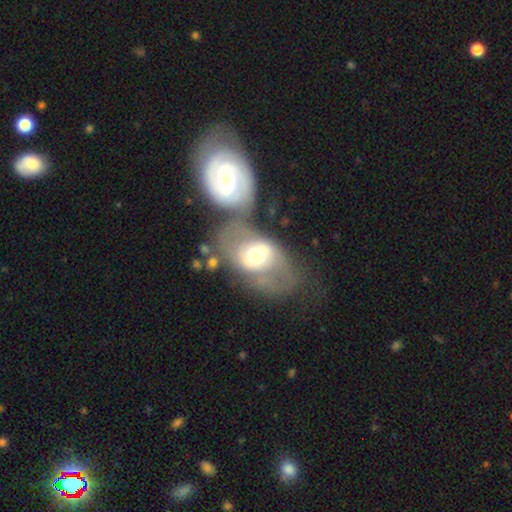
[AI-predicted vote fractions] This appears to be a featured or disk galaxy (59%) with a weak bar (39%), spiral arms (61%) and a moderate central bulge (65%). Merging: merger (53%).